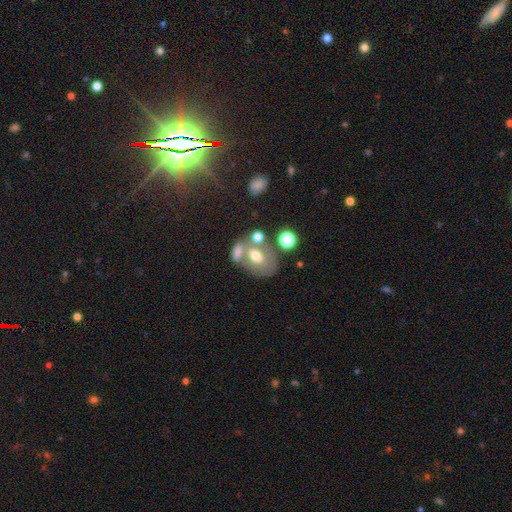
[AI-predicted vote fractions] This appears to be a smooth galaxy with no disk features (52%) that is in between round and cigar-shaped (69%). Merging: none (40%).